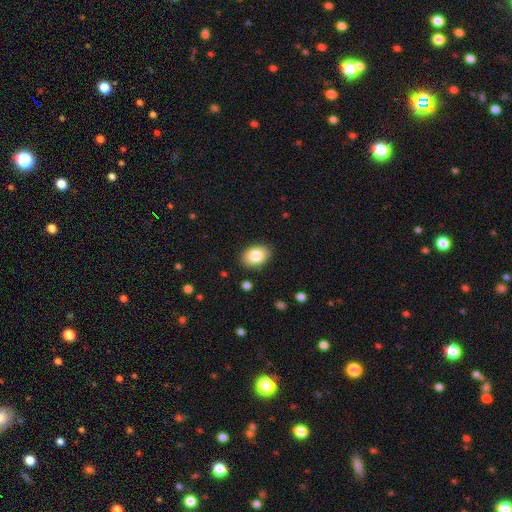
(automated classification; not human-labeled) smooth 84%, featured or disk 9%, star or artifact 7%. Down the decision tree: how rounded — in between (82%); merging — none (88%).